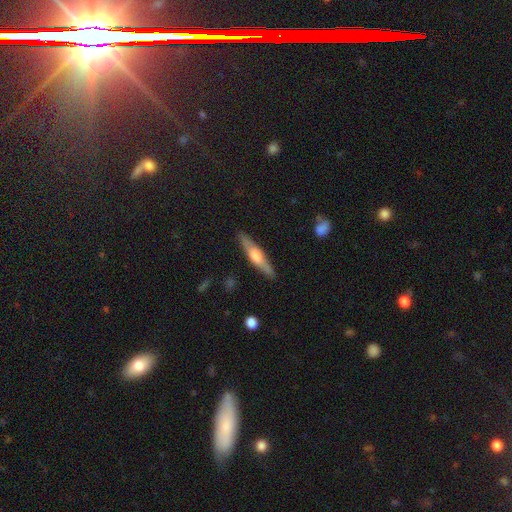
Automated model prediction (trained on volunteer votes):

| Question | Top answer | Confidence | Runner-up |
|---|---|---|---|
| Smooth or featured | featured or disk | 58% | smooth (37%) |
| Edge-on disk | yes | 94% | no (6%) |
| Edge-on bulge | rounded | 80% | boxy (14%) |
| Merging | none | 87% | minor disturbance (9%) |